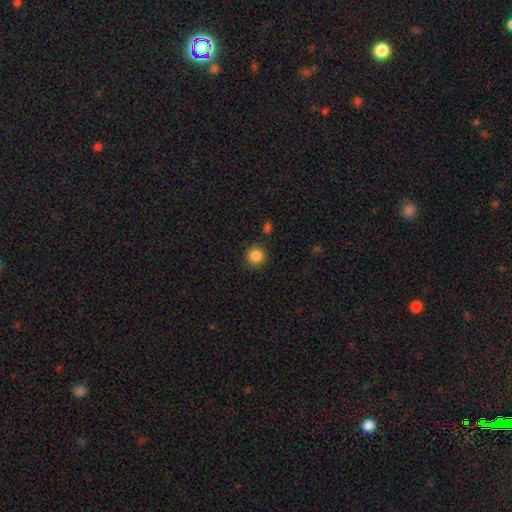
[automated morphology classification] Smooth or featured: smooth — 86% (star or artifact — 10%)
How rounded: round — 93% (in between — 6%)
Merging: none — 87% (minor disturbance — 8%)